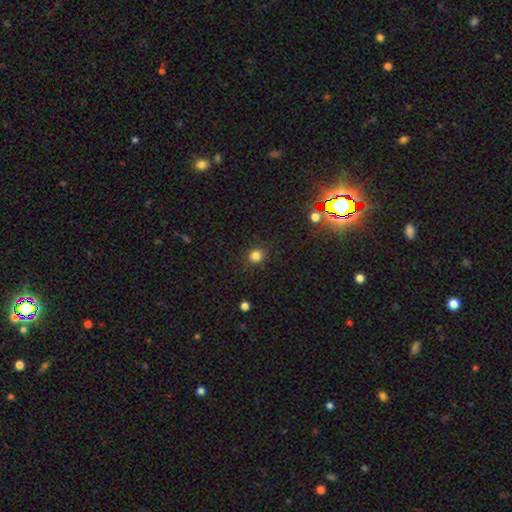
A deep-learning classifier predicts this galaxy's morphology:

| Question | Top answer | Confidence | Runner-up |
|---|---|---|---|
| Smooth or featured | smooth | 82% | star or artifact (14%) |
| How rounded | round | 81% | in between (18%) |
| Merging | none | 87% | minor disturbance (9%) |